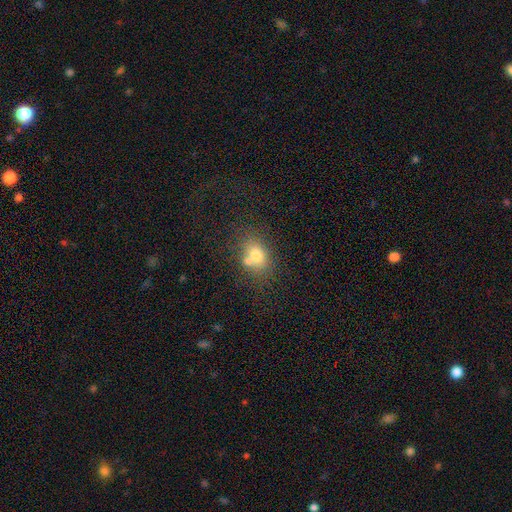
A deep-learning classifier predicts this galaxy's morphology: type=smooth (71%); roundness=in between (61%); merging=none (49%).